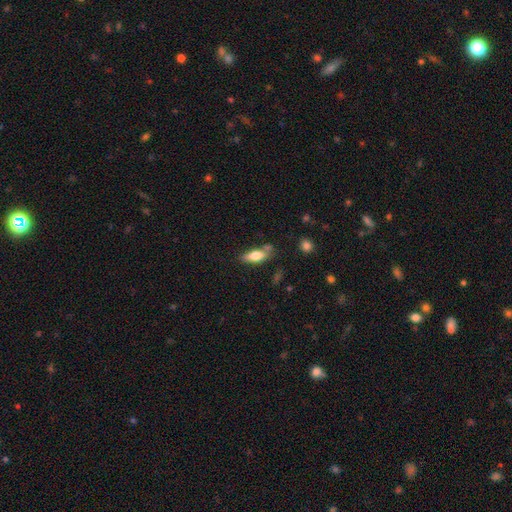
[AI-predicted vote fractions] This appears to be a smooth galaxy with no disk features (66%) that is in between round and cigar-shaped (64%). Merging: none (65%).